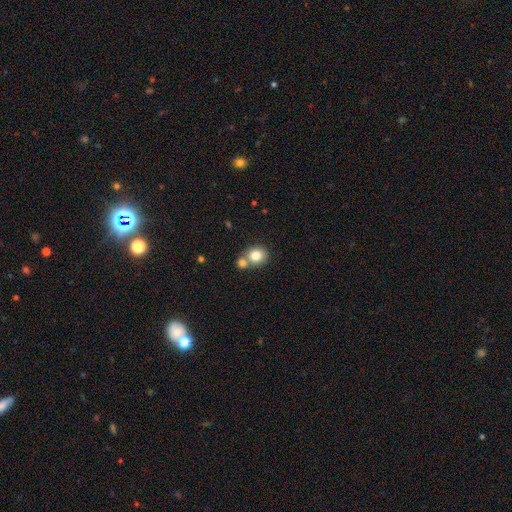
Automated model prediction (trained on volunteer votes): Smooth or featured?
  - smooth: 80% *
  - featured or disk: 10%
  - star or artifact: 10%
How rounded?
  - round: 76% *
  - in between: 23%
  - cigar-shaped: 1%
Merging?
  - none: 48% *
  - merger: 41%
  - minor disturbance: 8%
  - major disturbance: 3%